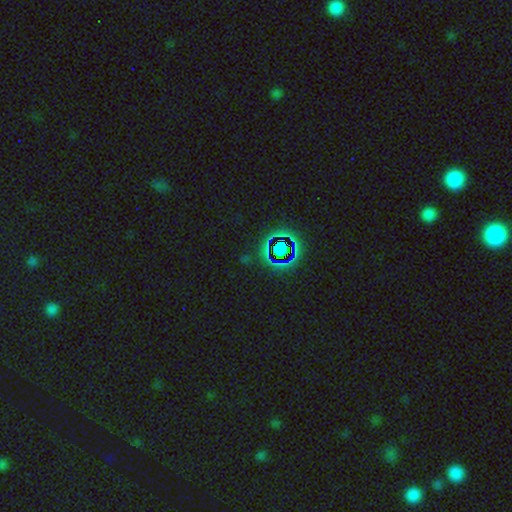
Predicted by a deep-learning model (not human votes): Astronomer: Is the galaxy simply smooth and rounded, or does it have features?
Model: star or artifact — 78%.